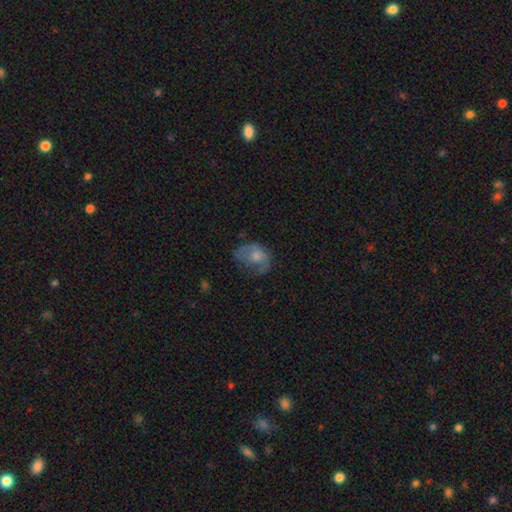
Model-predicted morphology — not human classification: smooth-or-featured: smooth: 55% | featured or disk: 37% | star or artifact: 9%
  how-rounded: in between: 67% | round: 32% | cigar-shaped: 1%
  merging: none: 36% | major disturbance: 32% | minor disturbance: 29% | merger: 2%